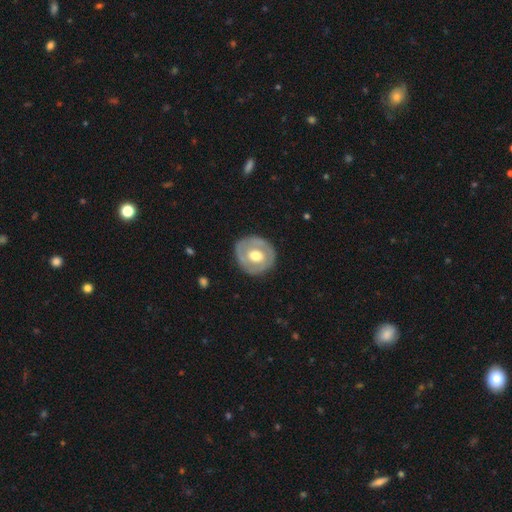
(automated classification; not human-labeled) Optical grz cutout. It shows a featured or disk galaxy (59%) with no bar (68%), no spiral arms (64%) and a moderate central bulge (67%). Merging: none (81%).